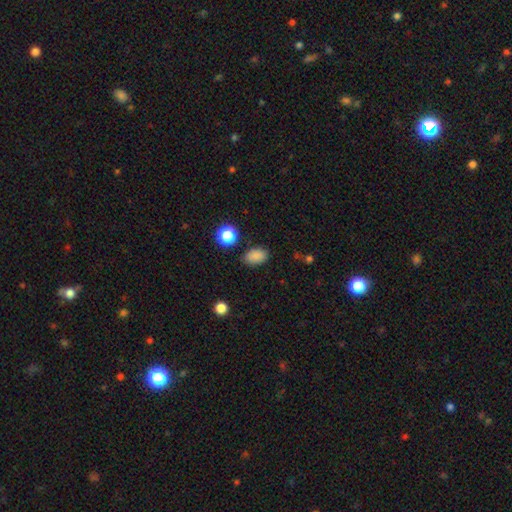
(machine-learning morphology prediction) This appears to be a smooth galaxy with no disk features (84%) that is in between round and cigar-shaped (85%). Merging: none (84%).